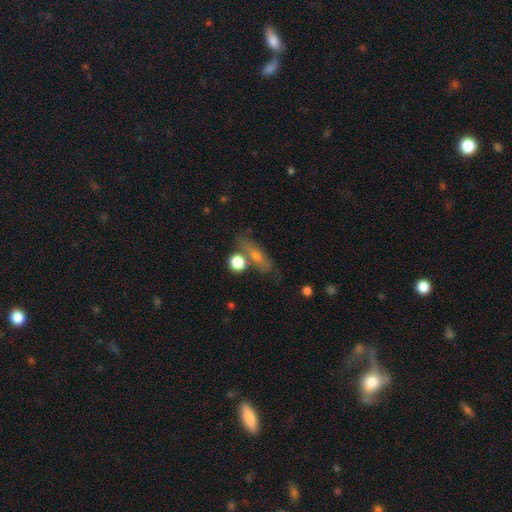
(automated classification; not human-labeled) smooth 52%, featured or disk 34%, star or artifact 13%. Down the decision tree: how rounded — cigar-shaped (47%); merging — none (67%).